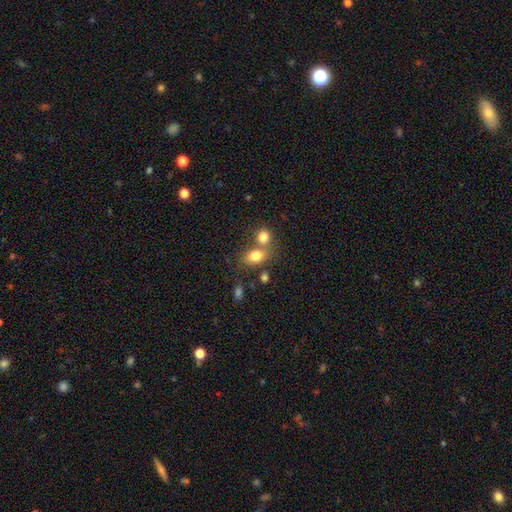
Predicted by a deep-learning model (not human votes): Morphology: type=smooth (79%); roundness=in between (74%); merging=none (44%).